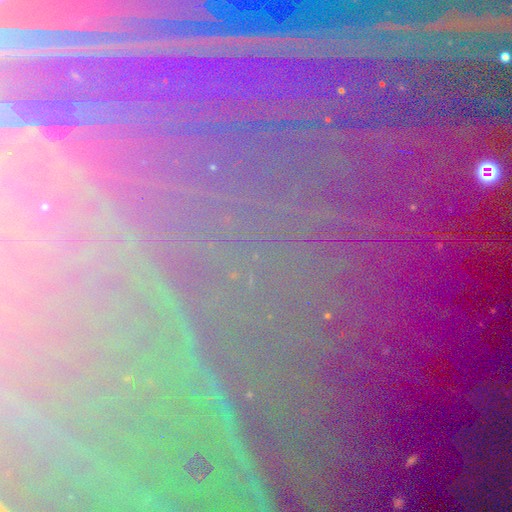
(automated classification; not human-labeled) Smooth or featured?
  - star or artifact: 83% *
  - smooth: 9%
  - featured or disk: 8%